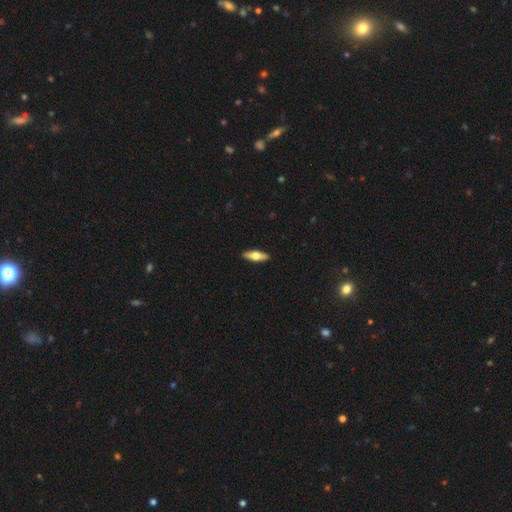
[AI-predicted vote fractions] Smooth or featured?
  - smooth: 52% *
  - featured or disk: 42%
  - star or artifact: 5%
How rounded?
  - in between: 51% *
  - cigar-shaped: 46%
  - round: 3%
Merging?
  - none: 90% *
  - minor disturbance: 7%
  - major disturbance: 1%
  - merger: 1%